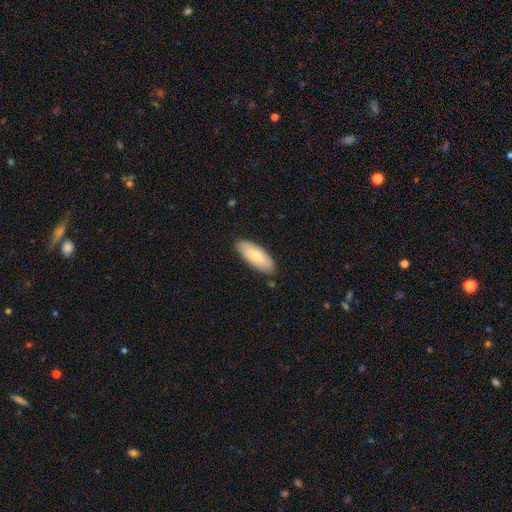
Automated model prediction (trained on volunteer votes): Smooth or featured: smooth — 75% (featured or disk — 19%)
How rounded: in between — 78% (cigar-shaped — 21%)
Merging: none — 85% (minor disturbance — 11%)